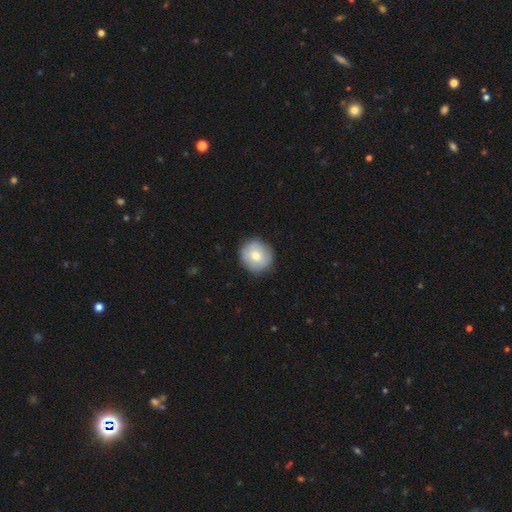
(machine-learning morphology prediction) smooth_or_featured: smooth (p=0.71) [alt: featured or disk p=0.22]
how_rounded: round (p=0.89) [alt: in between p=0.10]
merging: none (p=0.86) [alt: minor disturbance p=0.10]